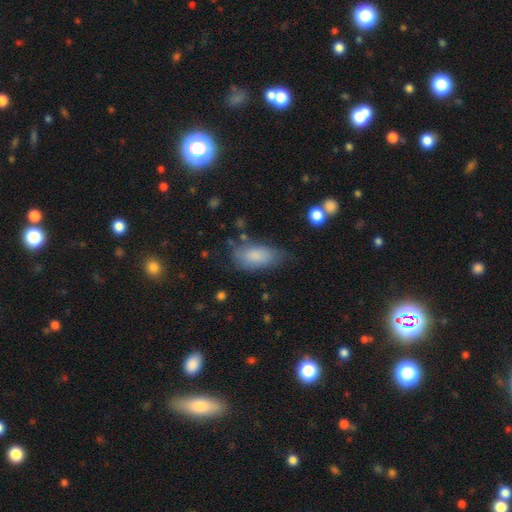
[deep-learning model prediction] smooth-or-featured: smooth: 81% | featured or disk: 11% | star or artifact: 7%
  how-rounded: in between: 91% | cigar-shaped: 5% | round: 4%
  merging: none: 57% | minor disturbance: 30% | major disturbance: 10% | merger: 3%